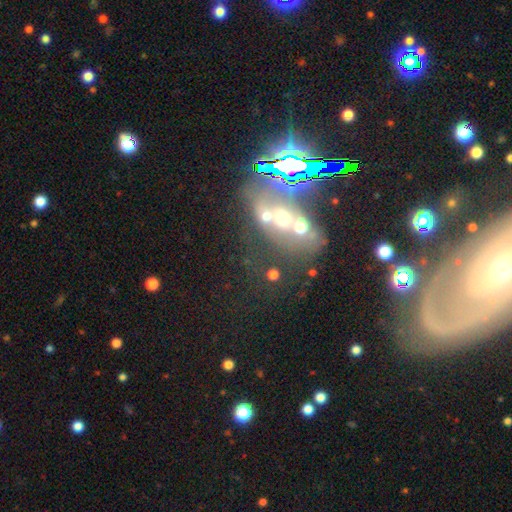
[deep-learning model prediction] Morphology: type=featured or disk (44%); merging=none (50%).